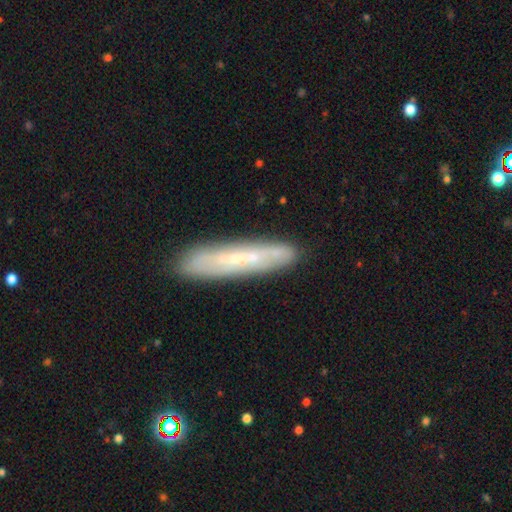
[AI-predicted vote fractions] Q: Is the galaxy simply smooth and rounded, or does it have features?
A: featured or disk — 51%.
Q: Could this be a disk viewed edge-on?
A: yes — 55%.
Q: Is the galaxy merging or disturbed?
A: none — 79%.